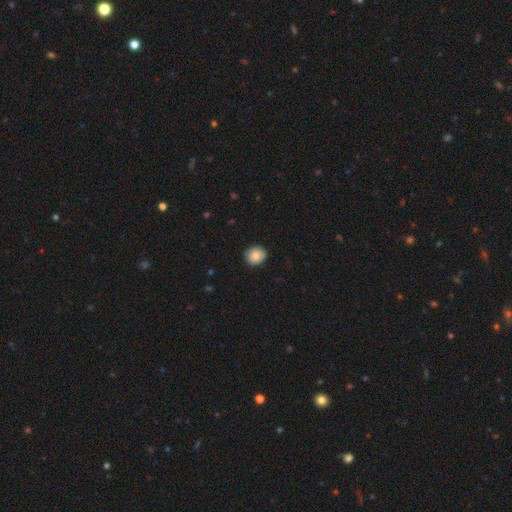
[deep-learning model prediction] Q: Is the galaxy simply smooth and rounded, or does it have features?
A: smooth — 84%.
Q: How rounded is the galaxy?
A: round — 80%.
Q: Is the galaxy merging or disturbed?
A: none — 87%.